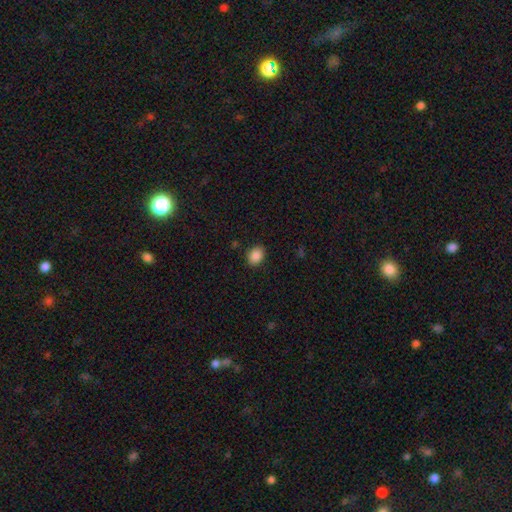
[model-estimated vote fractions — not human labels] Smooth or featured? smooth (88%)
How rounded? in between (61%)
Merging? none (88%)